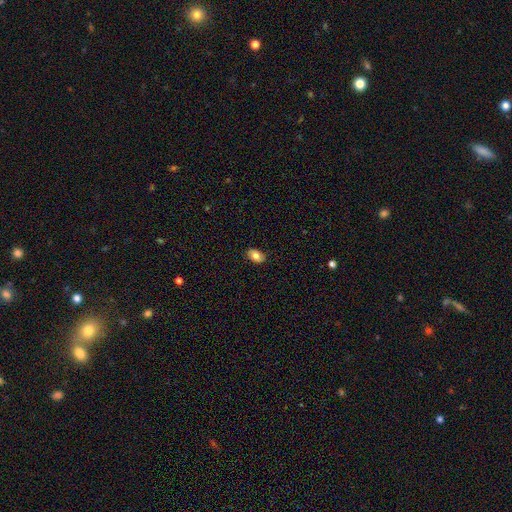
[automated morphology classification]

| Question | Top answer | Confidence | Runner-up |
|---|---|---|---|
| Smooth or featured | smooth | 82% | featured or disk (10%) |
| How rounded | in between | 87% | round (12%) |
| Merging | none | 87% | minor disturbance (10%) |